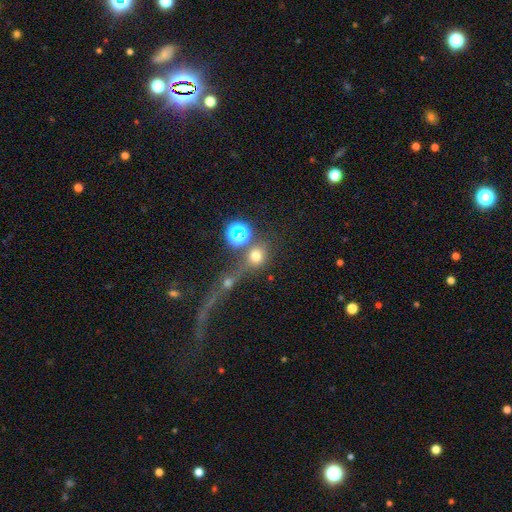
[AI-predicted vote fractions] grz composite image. It shows a smooth galaxy with no disk features (66%) that is round (80%). Merging: none (53%).